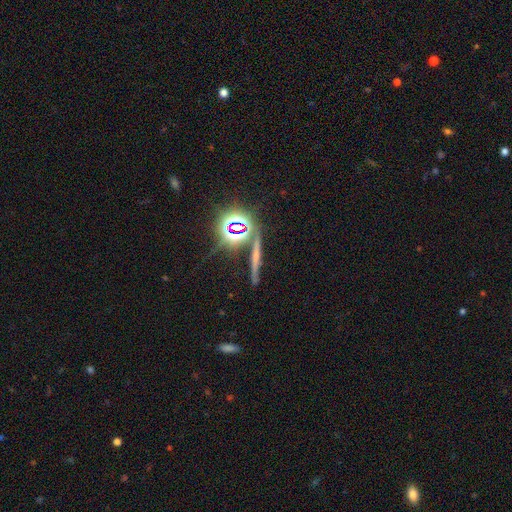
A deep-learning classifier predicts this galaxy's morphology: Smooth or featured? star or artifact (37%)